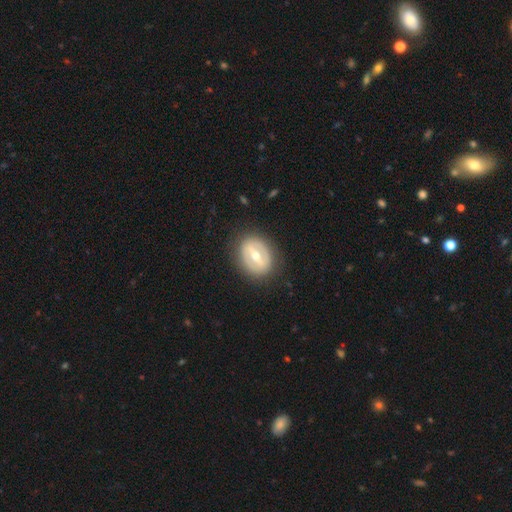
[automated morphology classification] A featured or disk galaxy (67%) with a strong bar (57%), no spiral arms (77%) and a moderate central bulge (65%).

Vote fractions:
- Smooth or featured? featured or disk: 67% / smooth: 28% / star or artifact: 5%
- Edge-on disk? no: 93% / yes: 7%
- Bar? strong: 57% / weak: 30% / no: 13%
- Spiral arms? no: 77% / yes: 23%
- Bulge size? moderate: 65% / small: 29% / large: 4% / none: 1% / dominant: 1%
- Merging? none: 84% / minor disturbance: 11% / major disturbance: 4% / merger: 1%